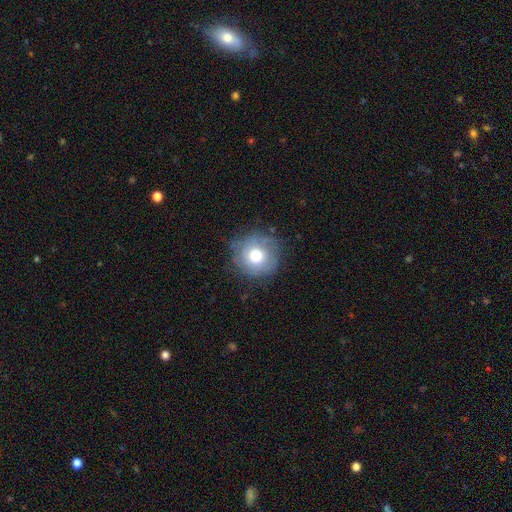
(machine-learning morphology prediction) The model was most divided on "smooth or featured": smooth: 68%, featured or disk: 22%, star or artifact: 10%. More confident: how rounded — round (92%); merging — none (74%).